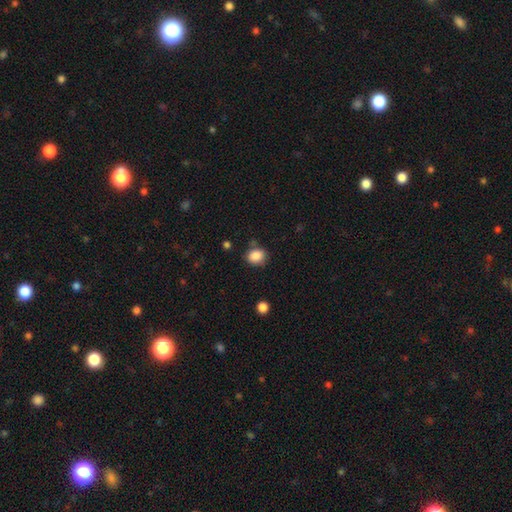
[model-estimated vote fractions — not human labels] This appears to be a smooth galaxy with no disk features (87%) that is round (60%). Merging: none (75%).